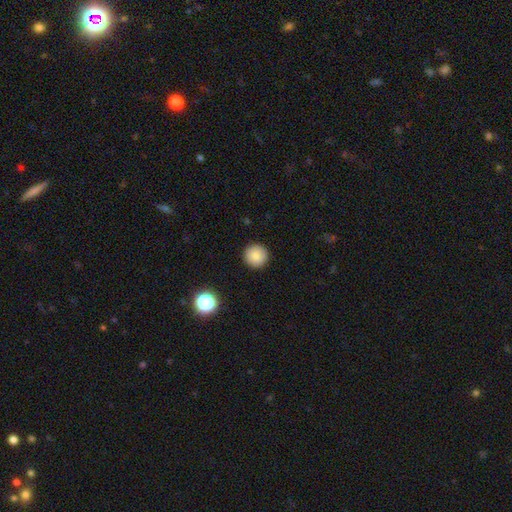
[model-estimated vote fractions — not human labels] This appears to be a smooth galaxy with no disk features (83%) that is round (96%). Merging: none (93%).